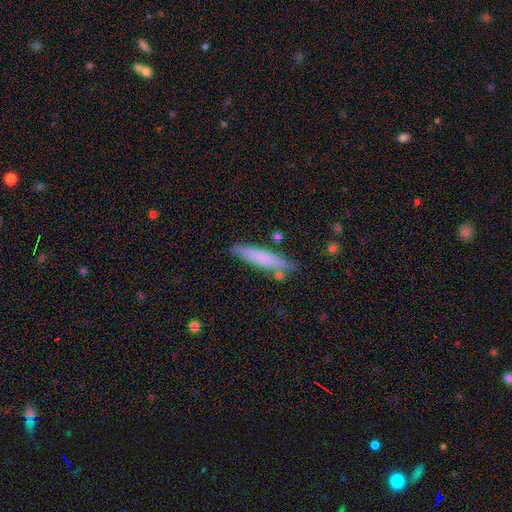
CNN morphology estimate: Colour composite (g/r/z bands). It shows a smooth galaxy with no disk features (74%) that is cigar-shaped (87%). Merging: none (79%).